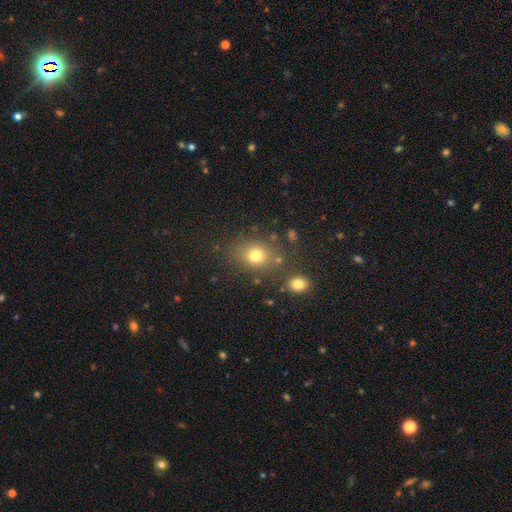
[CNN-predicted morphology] Smooth or featured? Predicted: smooth (p=0.75). How rounded? Predicted: round (p=0.54). Merging? Predicted: none (p=0.72).